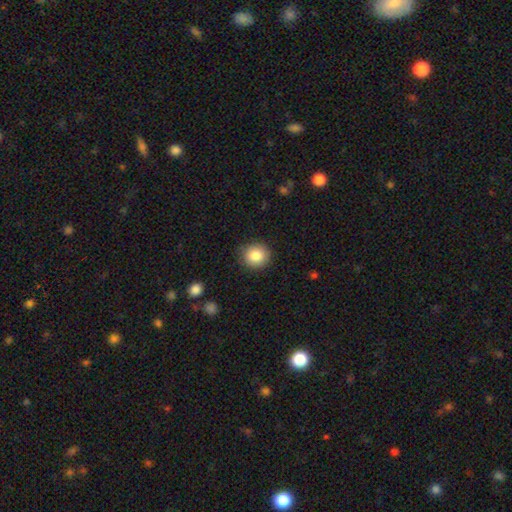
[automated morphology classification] Smooth or featured? smooth (85%)
How rounded? round (88%)
Merging? none (88%)